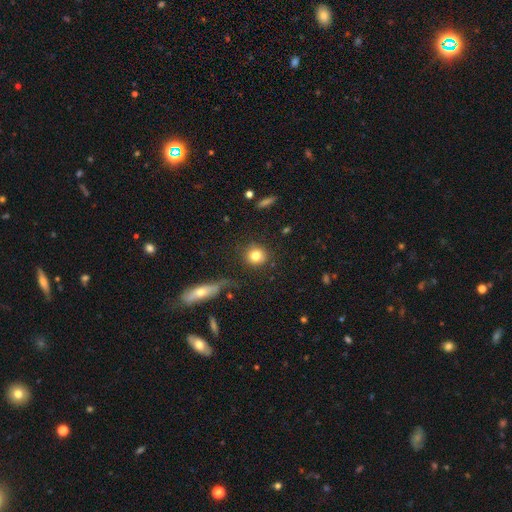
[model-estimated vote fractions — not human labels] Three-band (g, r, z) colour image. It shows a smooth galaxy with no disk features (81%) that is round (88%). Merging: none (84%).